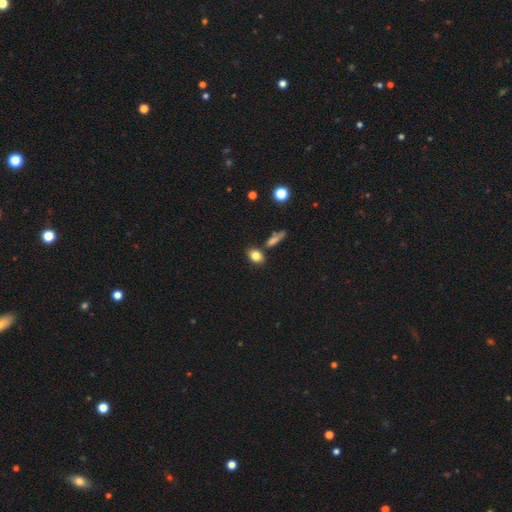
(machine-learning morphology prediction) The model was most divided on "how rounded": in between: 73%, round: 24%, cigar-shaped: 3%. More confident: smooth or featured — smooth (82%); merging — none (74%).